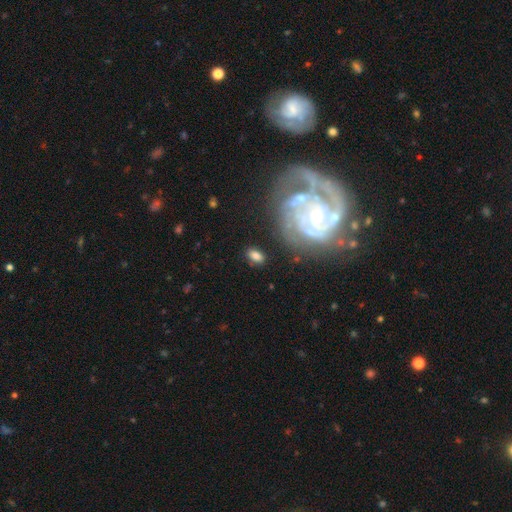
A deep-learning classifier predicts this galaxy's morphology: This appears to be a smooth galaxy with no disk features (67%) that is in between round and cigar-shaped (87%). Merging: none (77%).